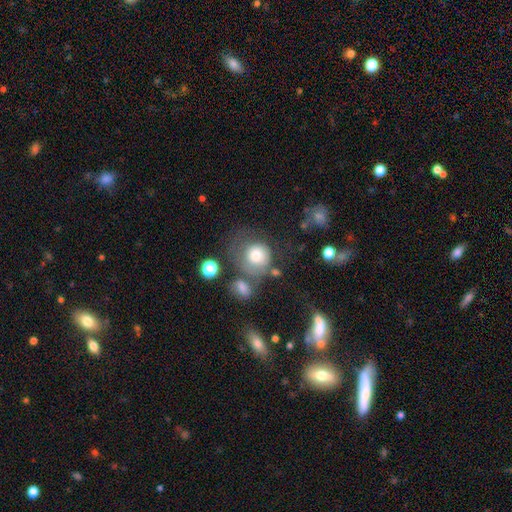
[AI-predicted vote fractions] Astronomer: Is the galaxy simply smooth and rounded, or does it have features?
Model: smooth — 72%.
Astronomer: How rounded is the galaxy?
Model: round — 81%.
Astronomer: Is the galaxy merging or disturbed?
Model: none — 36% (runner-up: major disturbance, 26%).